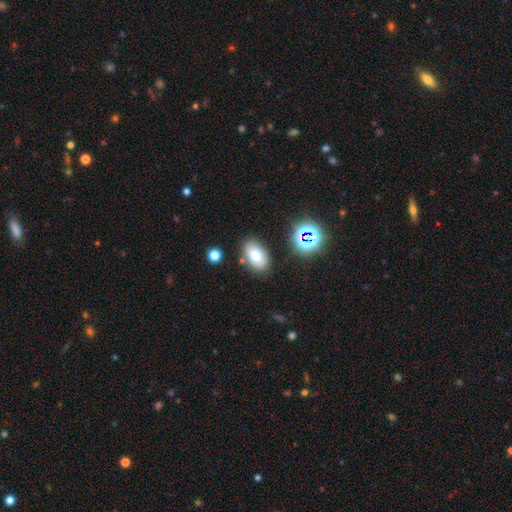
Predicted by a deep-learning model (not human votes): Smooth or featured: smooth — 77% (star or artifact — 12%)
How rounded: in between — 90% (round — 9%)
Merging: none — 80% (minor disturbance — 12%)